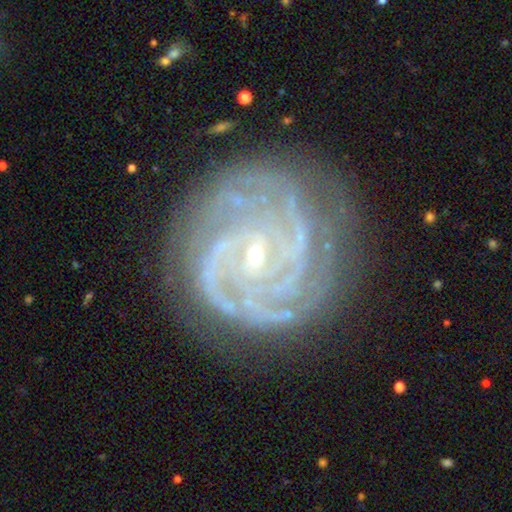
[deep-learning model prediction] Smooth or featured?
  - featured or disk: 89% *
  - star or artifact: 6%
  - smooth: 4%
Edge-on disk?
  - no: 98% *
  - yes: 2%
Bar?
  - no: 57% *
  - weak: 29%
  - strong: 13%
Spiral arms?
  - yes: 98% *
  - no: 2%
Spiral winding?
  - tight: 74% *
  - medium: 22%
  - loose: 3%
Spiral arm count?
  - 4: 26% *
  - 3: 24%
  - can't tell: 16%
  - 2: 15%
  - more than 4: 12%
  - 1: 7%
Bulge size?
  - small: 86% *
  - moderate: 10%
  - none: 2%
  - large: 1%
  - dominant: 1%
Merging?
  - none: 77% *
  - minor disturbance: 16%
  - major disturbance: 6%
  - merger: 1%